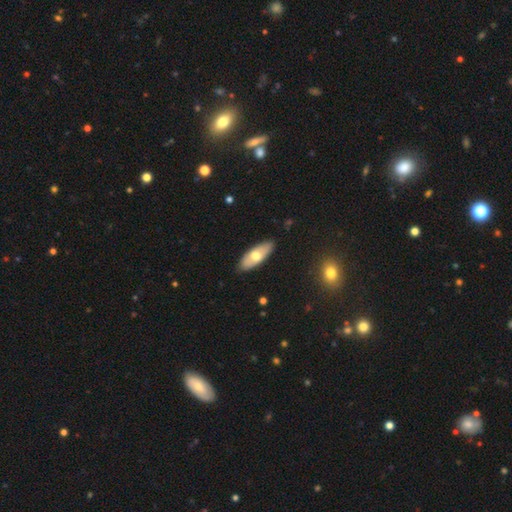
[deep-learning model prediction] This appears to be a smooth galaxy with no disk features (62%) that is in between round and cigar-shaped (78%). Merging: none (87%).